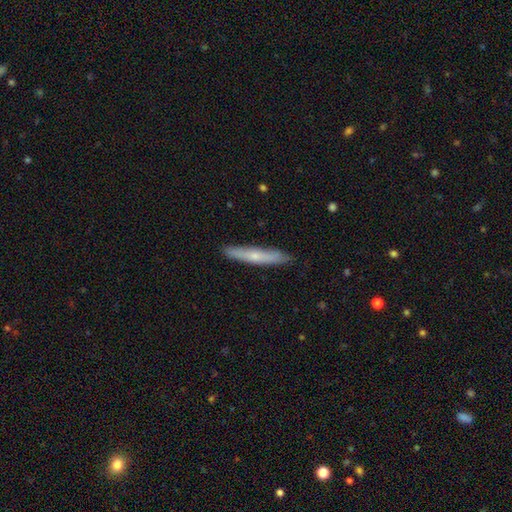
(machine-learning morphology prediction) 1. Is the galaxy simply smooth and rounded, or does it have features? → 53% smooth, 41% featured or disk, 6% star or artifact.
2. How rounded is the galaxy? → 94% cigar-shaped, 5% in between, 1% round.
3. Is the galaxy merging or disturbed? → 88% none, 10% minor disturbance, 1% major disturbance, 1% merger.